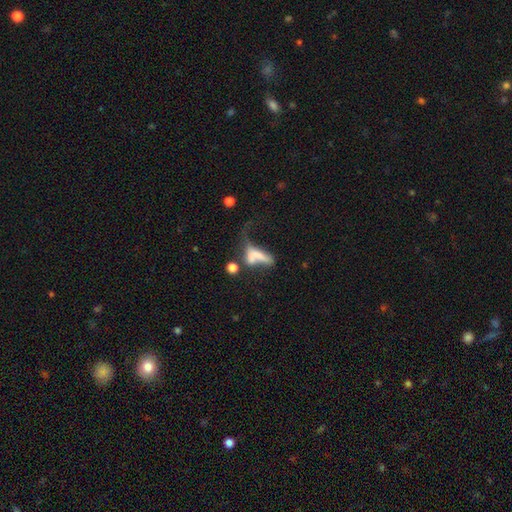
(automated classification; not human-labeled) Morphology: type=smooth (55%); roundness=in between (54%); merging=major disturbance (35%).